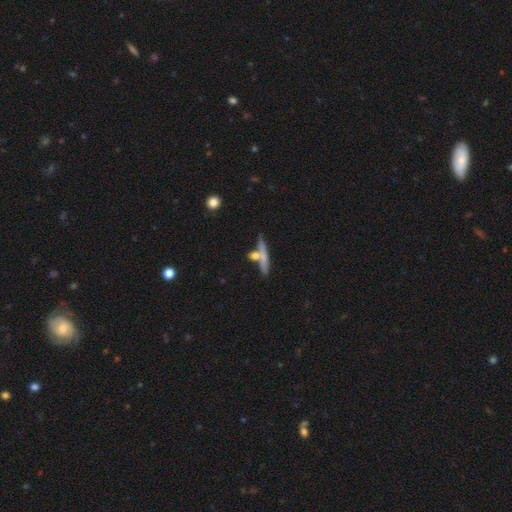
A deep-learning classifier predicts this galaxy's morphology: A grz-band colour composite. It shows a smooth galaxy with no disk features (57%) that is cigar-shaped (76%). Merging: none (58%).